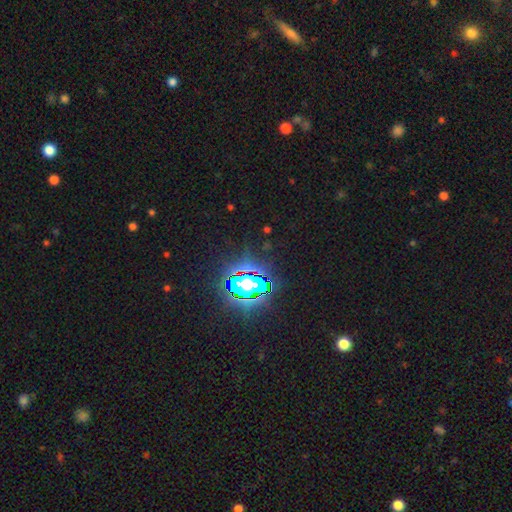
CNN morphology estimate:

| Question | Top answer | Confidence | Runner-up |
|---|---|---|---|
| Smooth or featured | star or artifact | 82% | smooth (11%) |